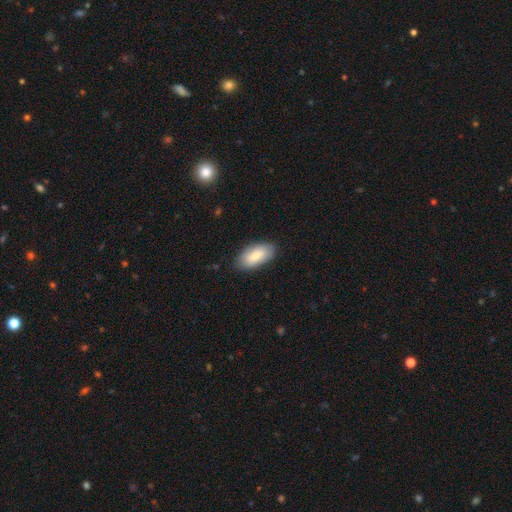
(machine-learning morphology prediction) This appears to be a smooth galaxy with no disk features (83%) that is in between round and cigar-shaped (92%). Merging: none (85%).